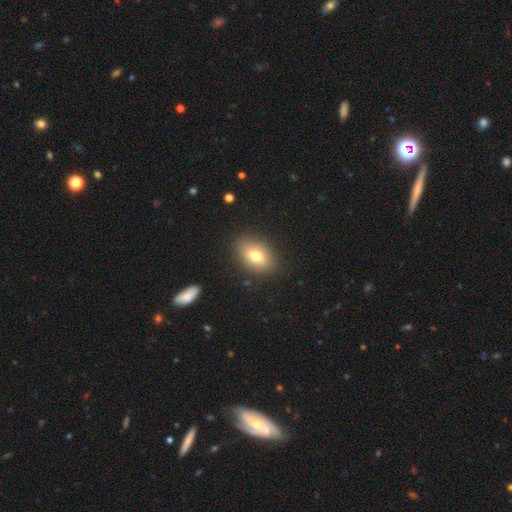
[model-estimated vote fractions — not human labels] smooth 74%, featured or disk 17%, star or artifact 9%. Down the decision tree: how rounded — in between (85%); merging — none (85%).